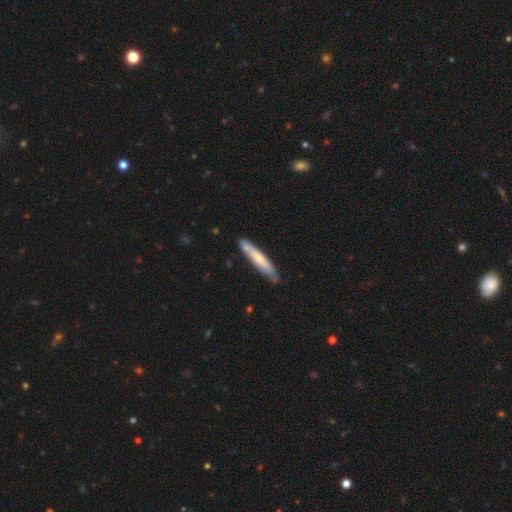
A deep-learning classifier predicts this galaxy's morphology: A smooth galaxy with no disk features (50%). Merging: none (82%).